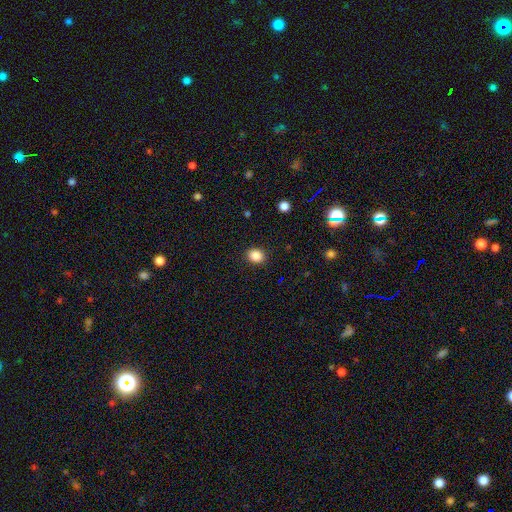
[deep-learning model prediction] This is clearly a smooth galaxy (87%). How rounded: likely round (61%). Merging: clearly none (90%).